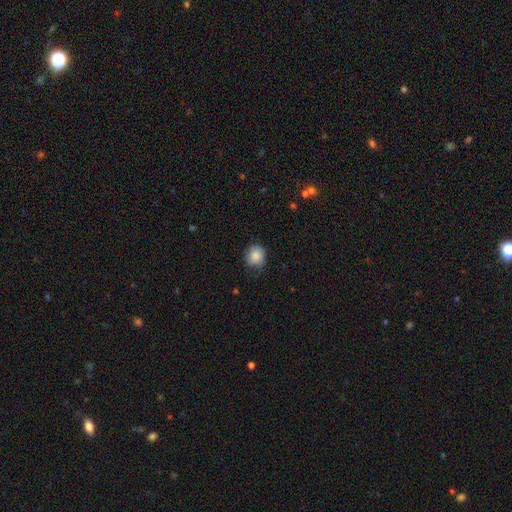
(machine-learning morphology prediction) type=smooth (87%); roundness=round (83%); merging=none (77%).